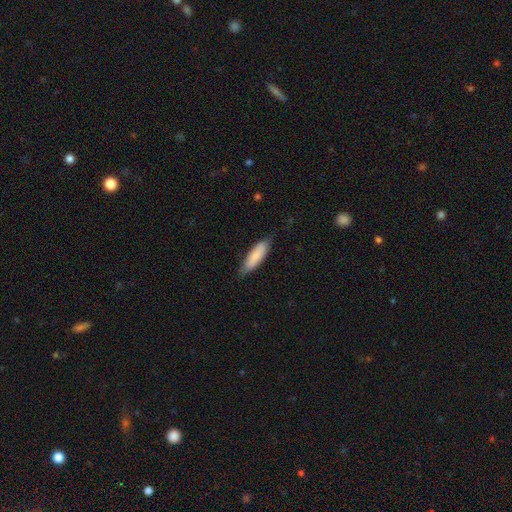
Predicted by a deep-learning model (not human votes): Q: Smooth or featured?
A: smooth (85%); runner-up: featured or disk (10%)
Q: How rounded?
A: cigar-shaped (53%); runner-up: in between (46%)
Q: Merging?
A: none (76%); runner-up: minor disturbance (20%)